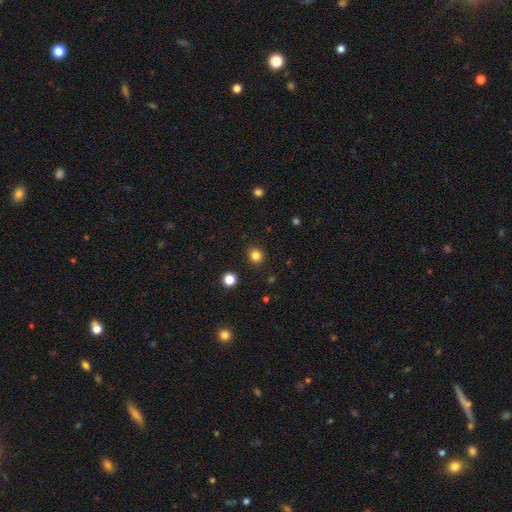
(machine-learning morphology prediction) smooth-or-featured: smooth: 83% | star or artifact: 13% | featured or disk: 4%
  how-rounded: round: 88% | in between: 11% | cigar-shaped: 1%
  merging: none: 91% | minor disturbance: 6% | major disturbance: 2% | merger: 1%